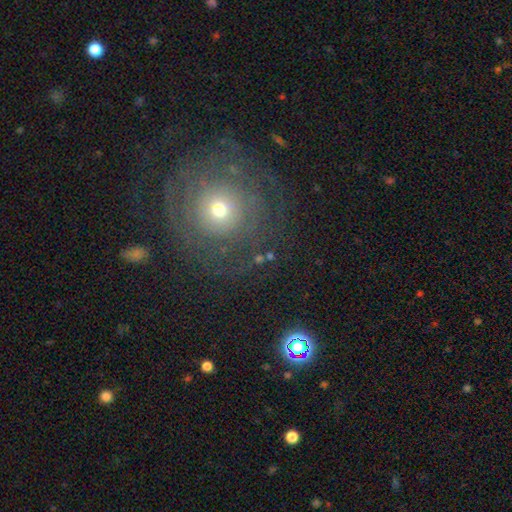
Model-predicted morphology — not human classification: Smooth or featured? Predicted: featured or disk (p=0.52). Edge-on disk? Predicted: no (p=0.96). Bar? Predicted: no (p=0.88). Spiral arms? Predicted: yes (p=0.64). Bulge size? Predicted: small (p=0.50). Merging? Predicted: none (p=0.78).